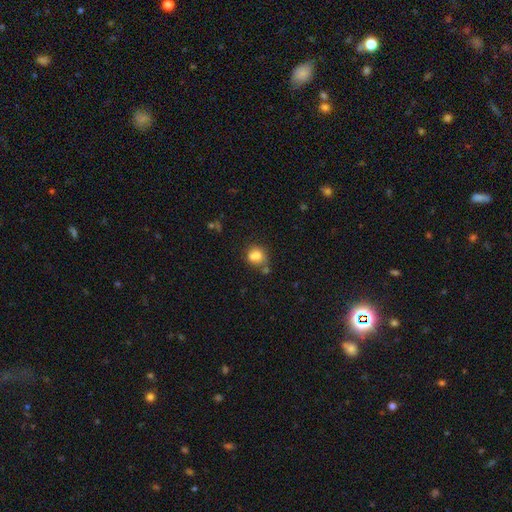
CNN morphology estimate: A smooth galaxy with no disk features (76%) that is round (71%). Merging: none (45%).